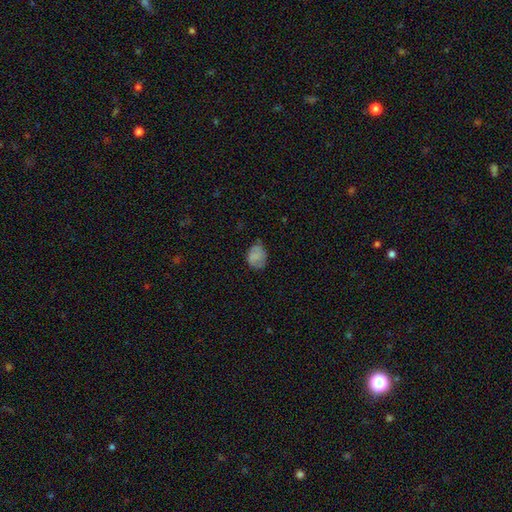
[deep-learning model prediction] A smooth galaxy with no disk features (79%) that is in between round and cigar-shaped (58%).

Vote fractions:
- Smooth or featured? smooth: 79% / featured or disk: 11% / star or artifact: 10%
- How rounded? in between: 58% / round: 41% / cigar-shaped: 1%
- Merging? none: 53% / minor disturbance: 37% / major disturbance: 8% / merger: 2%